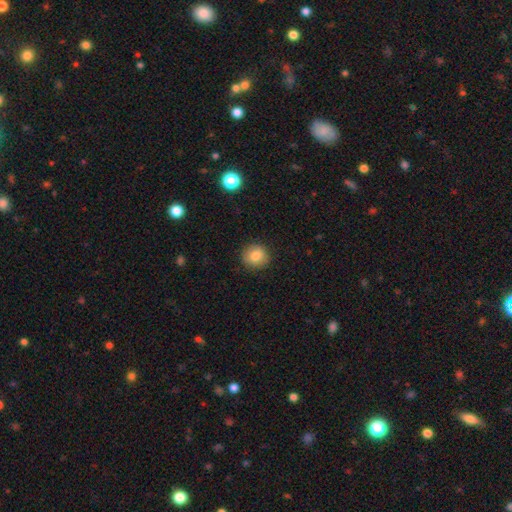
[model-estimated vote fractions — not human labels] Smooth or featured? smooth (84%)
How rounded? round (90%)
Merging? none (89%)